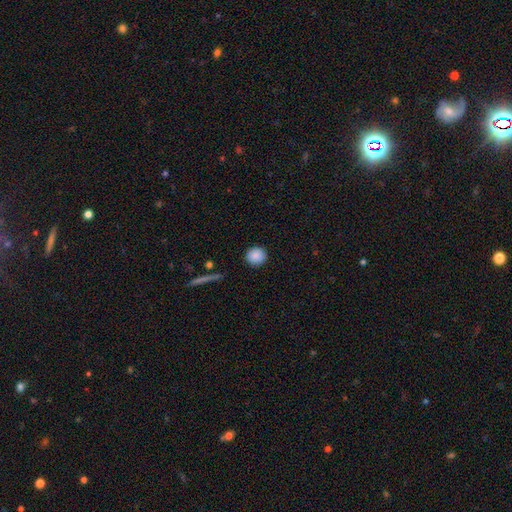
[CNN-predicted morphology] Q: Smooth or featured?
A: smooth (88%); runner-up: star or artifact (8%)
Q: How rounded?
A: round (91%); runner-up: in between (8%)
Q: Merging?
A: none (91%); runner-up: minor disturbance (6%)